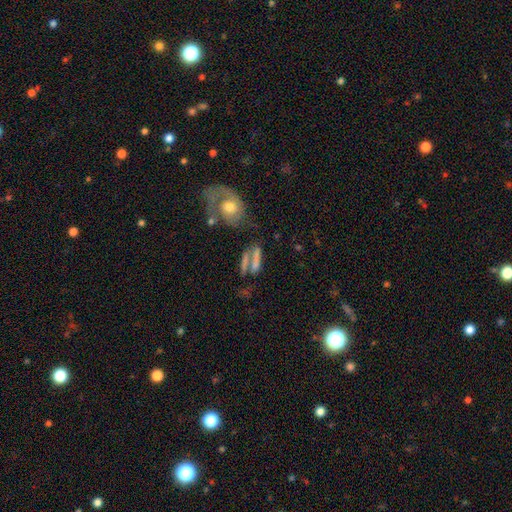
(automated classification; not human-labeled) Smooth or featured?
  - smooth: 48% *
  - featured or disk: 38%
  - star or artifact: 14%
Merging?
  - none: 47% *
  - merger: 23%
  - minor disturbance: 17%
  - major disturbance: 13%